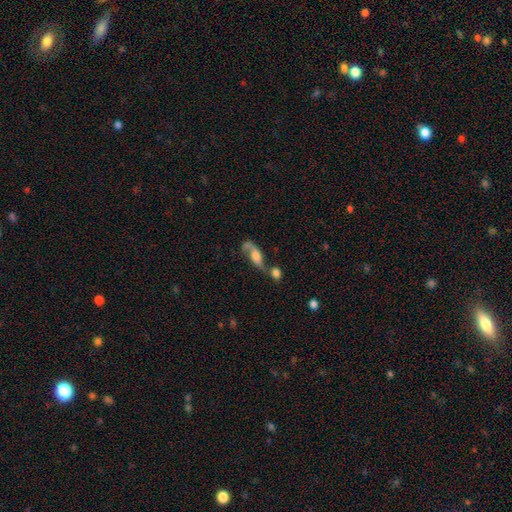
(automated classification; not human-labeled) A featured or disk galaxy (71%) with no bar (58%), 2 (80%) loose (77%) spiral arms (90%) and a moderate central bulge (37%).

Vote fractions:
- Smooth or featured? featured or disk: 71% / smooth: 20% / star or artifact: 9%
- Edge-on disk? no: 88% / yes: 12%
- Bar? no: 58% / weak: 32% / strong: 10%
- Spiral arms? yes: 90% / no: 10%
- Spiral winding? loose: 77% / medium: 18% / tight: 5%
- Spiral arm count? 2: 80% / 1: 14% / can't tell: 3% / 3: 1% / 4: 1% / more than 4: 1%
- Bulge size? moderate: 37% / large: 30% / small: 16% / none: 13% / dominant: 4%
- Merging? merger: 41% / none: 33% / minor disturbance: 13% / major disturbance: 13%